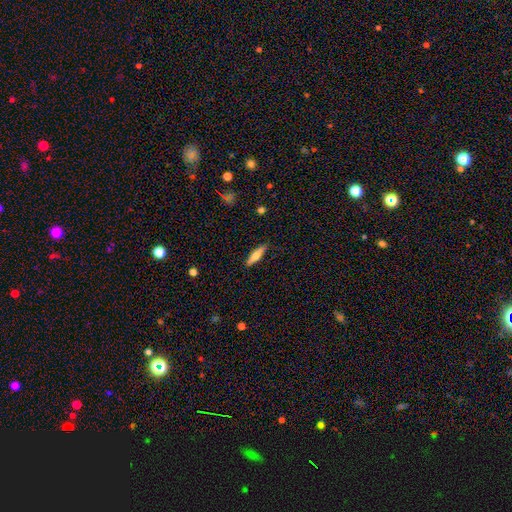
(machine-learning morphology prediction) Q: Smooth or featured?
A: smooth (63%); runner-up: featured or disk (31%)
Q: How rounded?
A: cigar-shaped (72%); runner-up: in between (27%)
Q: Merging?
A: none (87%); runner-up: minor disturbance (10%)